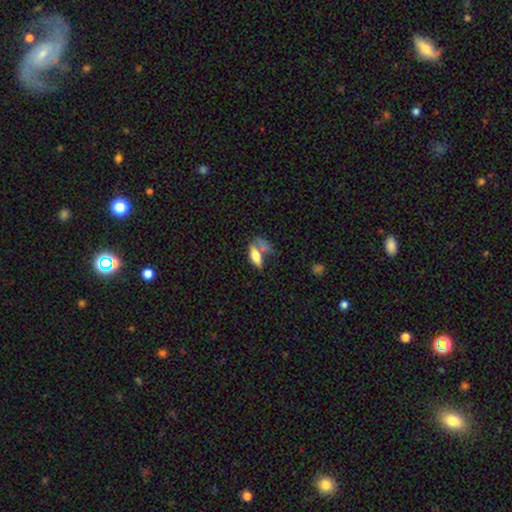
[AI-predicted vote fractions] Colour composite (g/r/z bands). It shows a smooth galaxy with no disk features (72%) that is in between round and cigar-shaped (77%). Merging: merger (38%).